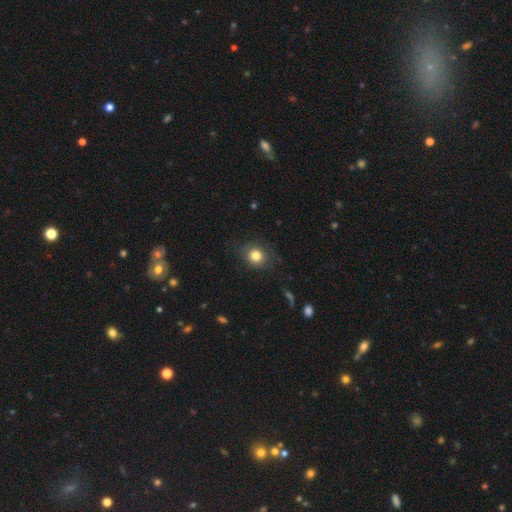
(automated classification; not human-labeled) A smooth galaxy with no disk features (80%) that is round (76%).

Vote fractions:
- Smooth or featured? smooth: 80% / star or artifact: 10% / featured or disk: 10%
- How rounded? round: 76% / in between: 23% / cigar-shaped: 1%
- Merging? none: 78% / minor disturbance: 15% / major disturbance: 6% / merger: 1%